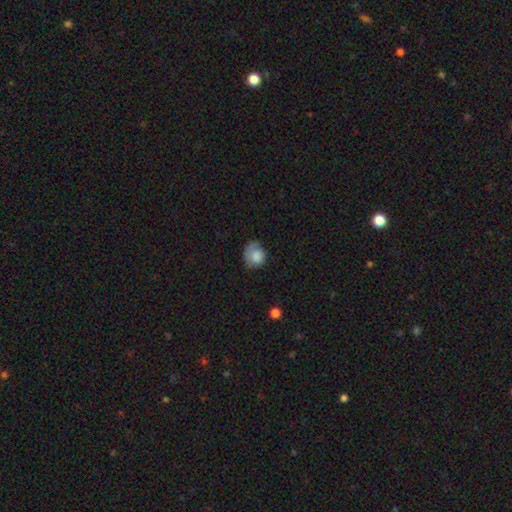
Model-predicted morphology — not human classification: Q: Smooth or featured?
A: smooth (75%); runner-up: featured or disk (17%)
Q: How rounded?
A: round (63%); runner-up: in between (36%)
Q: Merging?
A: none (48%); runner-up: minor disturbance (31%)